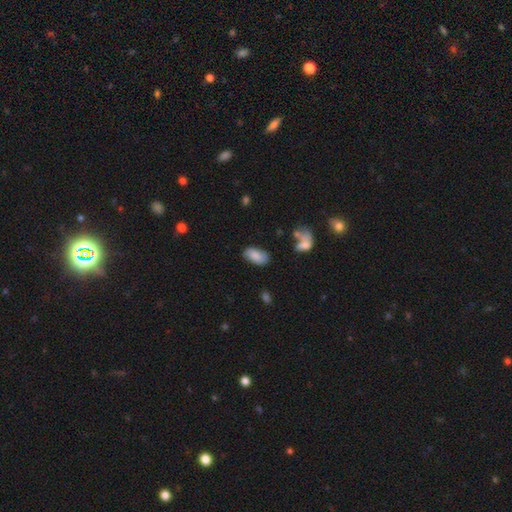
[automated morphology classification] smooth 81%, featured or disk 11%, star or artifact 7%. Down the decision tree: how rounded — in between (94%); merging — none (76%).